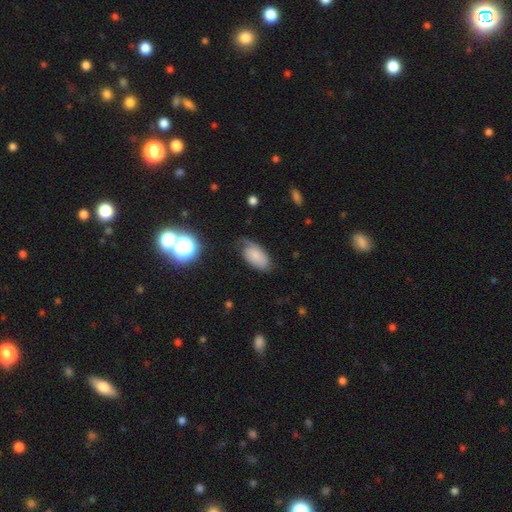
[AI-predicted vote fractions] Morphology: type=smooth (67%); roundness=in between (93%); merging=none (50%).